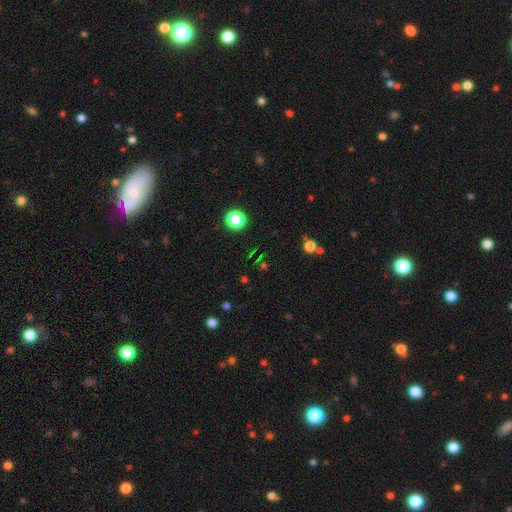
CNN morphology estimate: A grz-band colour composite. It shows a star or artifact, not a galaxy (60%).